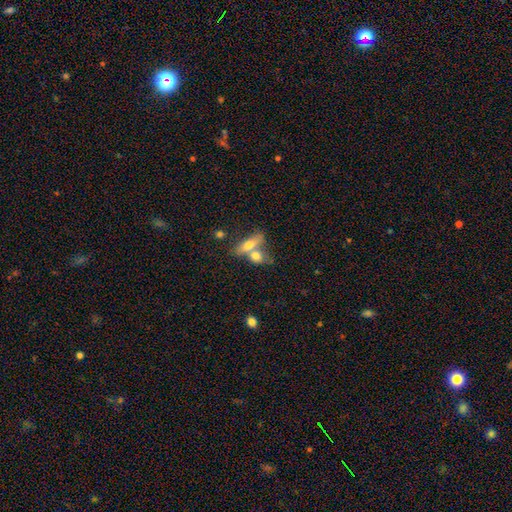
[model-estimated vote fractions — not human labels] smooth-or-featured: smooth: 71% | featured or disk: 22% | star or artifact: 7%
  how-rounded: in between: 66% | cigar-shaped: 19% | round: 16%
  merging: merger: 59% | none: 29% | minor disturbance: 8% | major disturbance: 4%